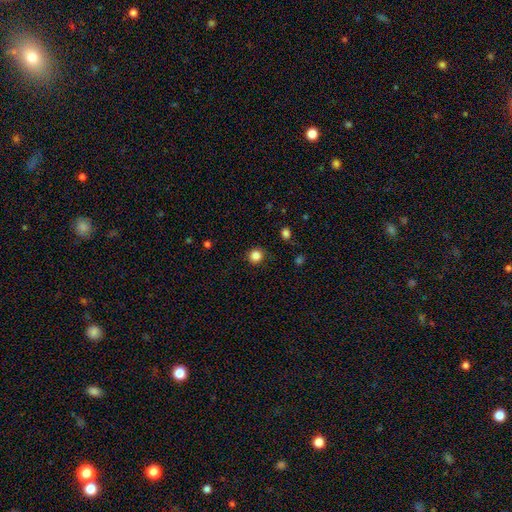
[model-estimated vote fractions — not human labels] Smooth or featured?
  - smooth: 84% *
  - star or artifact: 12%
  - featured or disk: 4%
How rounded?
  - round: 93% *
  - in between: 6%
  - cigar-shaped: 1%
Merging?
  - none: 86% *
  - minor disturbance: 9%
  - major disturbance: 3%
  - merger: 1%